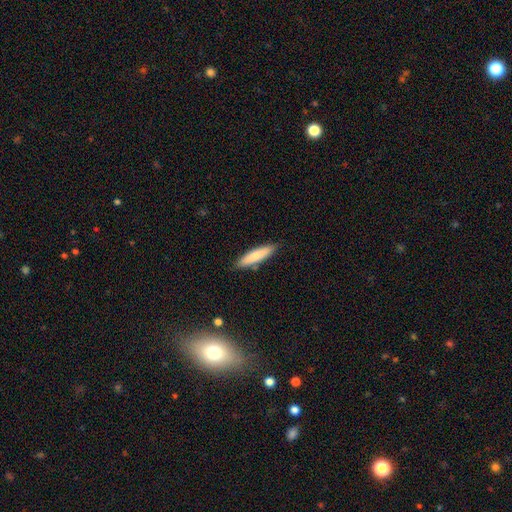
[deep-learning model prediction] Smooth or featured? Predicted: smooth (p=0.80). How rounded? Predicted: cigar-shaped (p=0.73). Merging? Predicted: none (p=0.85).